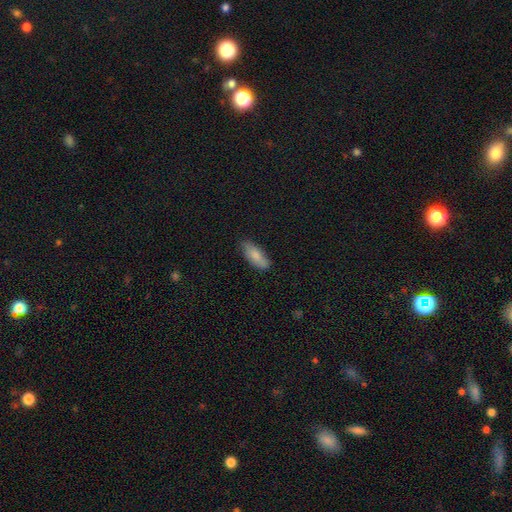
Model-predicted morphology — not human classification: smooth-or-featured: smooth: 82% | featured or disk: 12% | star or artifact: 6%
  how-rounded: in between: 73% | cigar-shaped: 25% | round: 2%
  merging: none: 78% | minor disturbance: 18% | major disturbance: 3% | merger: 1%